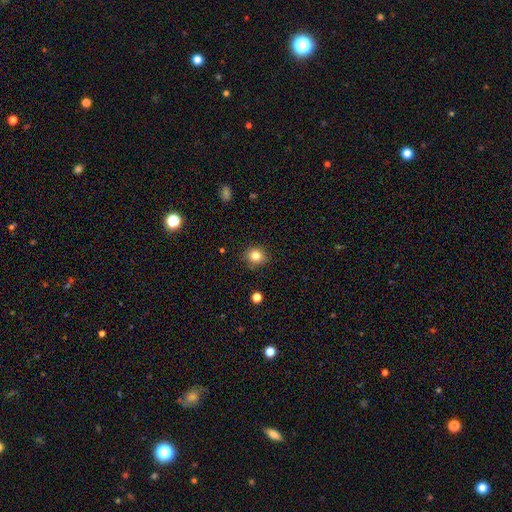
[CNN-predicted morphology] Q: Smooth or featured?
A: smooth (83%); runner-up: star or artifact (11%)
Q: How rounded?
A: round (82%); runner-up: in between (17%)
Q: Merging?
A: none (88%); runner-up: minor disturbance (8%)